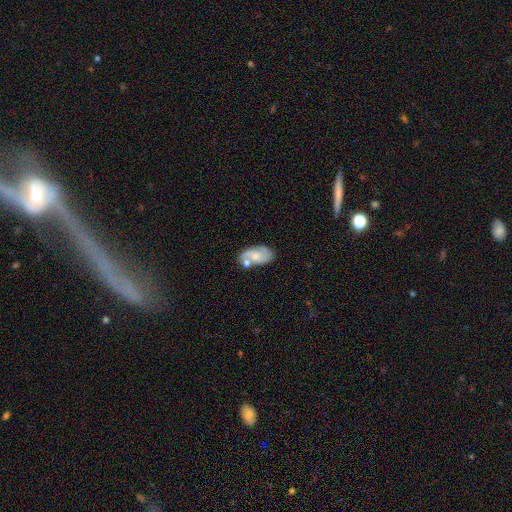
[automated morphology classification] smooth-or-featured: featured or disk: 54% | smooth: 39% | star or artifact: 7%
  disk-edge-on: no: 95% | yes: 5%
    bar: no: 71% | weak: 26% | strong: 4%
    has-spiral-arms: yes: 78% | no: 22%
    bulge-size: small: 49% | moderate: 36% | none: 11% | large: 3% | dominant: 1%
  merging: none: 44% | merger: 27% | minor disturbance: 21% | major disturbance: 9%